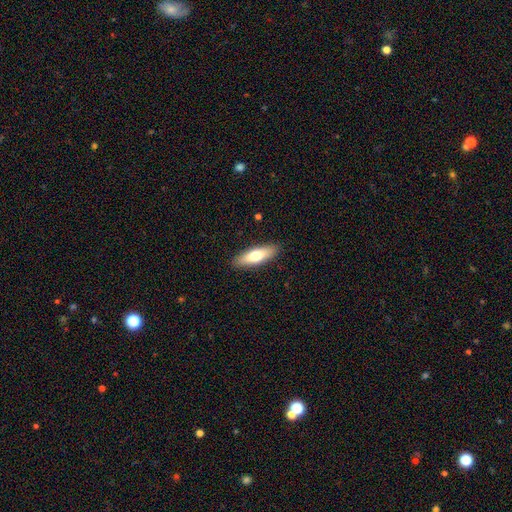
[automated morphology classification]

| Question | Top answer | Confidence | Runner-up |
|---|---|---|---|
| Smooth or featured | smooth | 68% | featured or disk (26%) |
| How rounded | in between | 50% | cigar-shaped (48%) |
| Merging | none | 90% | minor disturbance (8%) |